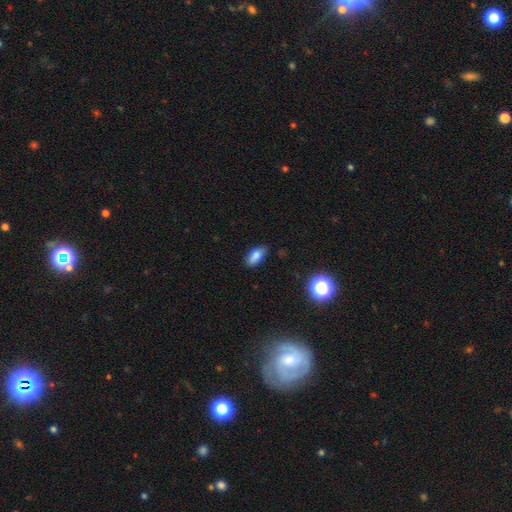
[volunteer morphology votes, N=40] This is clearly a smooth galaxy (80%). How rounded: clearly in between (81%). Merging: likely none (61%).